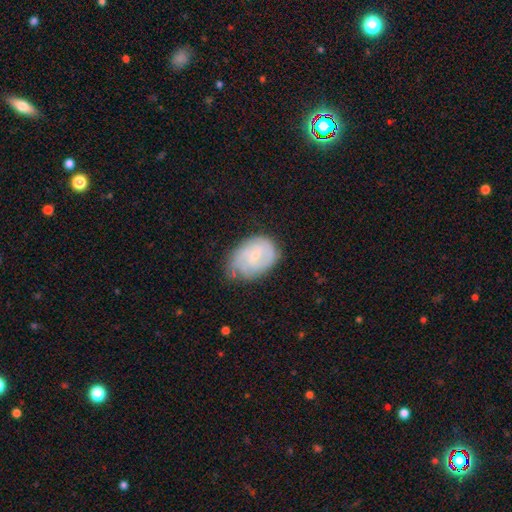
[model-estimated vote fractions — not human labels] Smooth or featured? featured or disk (66%)
Edge-on disk? no (98%)
Bar? no (61%)
Spiral arms? yes (90%)
Spiral winding? tight (61%)
Spiral arm count? can't tell (40%)
Bulge size? small (73%)
Merging? none (61%)